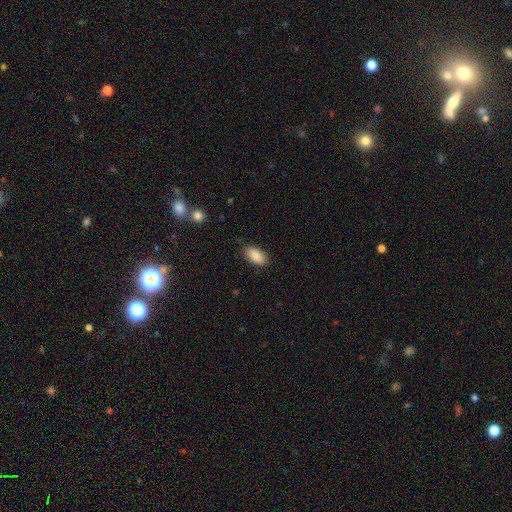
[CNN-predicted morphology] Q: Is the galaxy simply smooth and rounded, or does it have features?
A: smooth — 88%.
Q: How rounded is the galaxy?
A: in between — 93%.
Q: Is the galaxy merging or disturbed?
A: none — 86%.